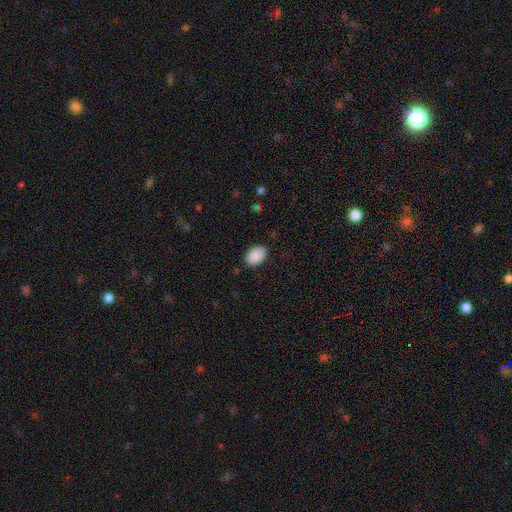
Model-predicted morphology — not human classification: Smooth or featured?
  - smooth: 90% *
  - star or artifact: 7%
  - featured or disk: 3%
How rounded?
  - in between: 88% *
  - round: 11%
  - cigar-shaped: 1%
Merging?
  - none: 86% *
  - minor disturbance: 10%
  - major disturbance: 2%
  - merger: 1%